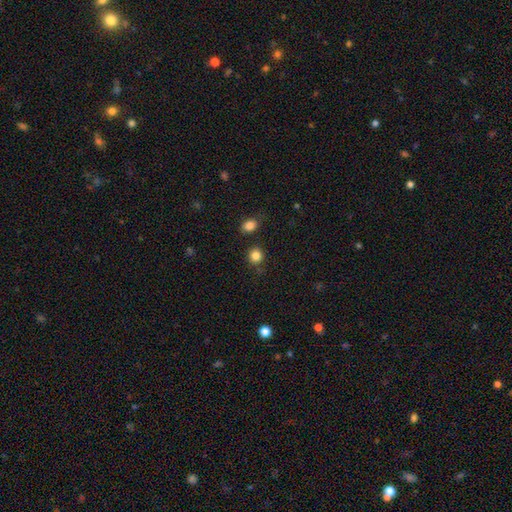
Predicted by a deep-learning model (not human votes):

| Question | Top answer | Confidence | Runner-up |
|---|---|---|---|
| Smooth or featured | smooth | 84% | star or artifact (11%) |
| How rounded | round | 88% | in between (11%) |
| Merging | none | 83% | minor disturbance (9%) |